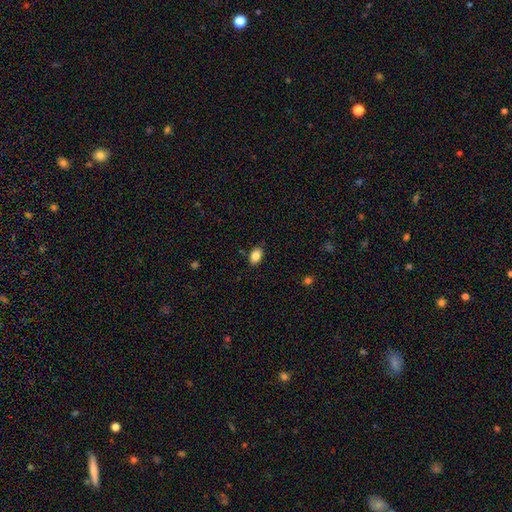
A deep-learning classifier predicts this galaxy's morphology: Smooth or featured? Predicted: smooth (p=0.85). How rounded? Predicted: in between (p=0.86). Merging? Predicted: none (p=0.84).